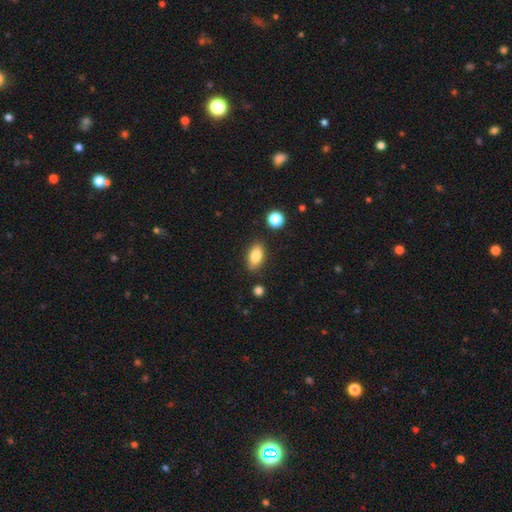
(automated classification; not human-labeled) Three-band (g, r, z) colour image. It shows a smooth galaxy with no disk features (84%) that is in between round and cigar-shaped (88%). Merging: none (80%).